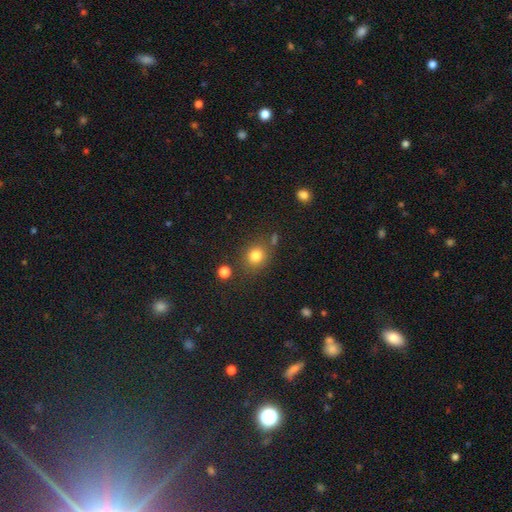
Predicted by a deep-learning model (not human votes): A smooth galaxy with no disk features (81%) that is round (79%). Merging: none (76%).